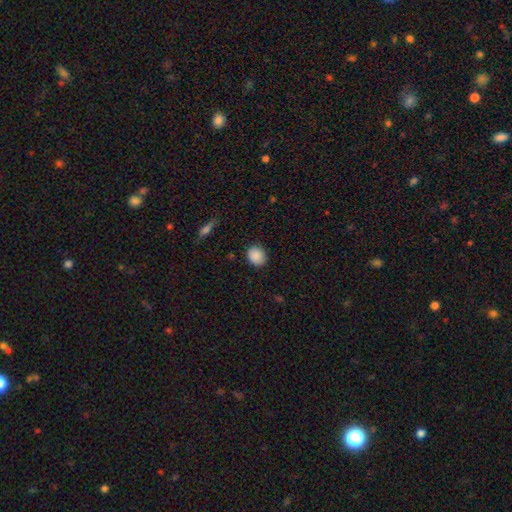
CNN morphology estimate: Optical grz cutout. It shows a smooth galaxy with no disk features (89%) that is round (60%). Merging: none (84%).